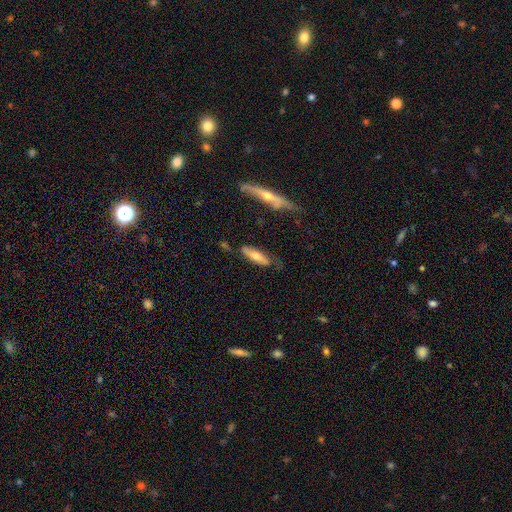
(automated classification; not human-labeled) A smooth galaxy with no disk features (51%) that is cigar-shaped (59%).

Vote fractions:
- Smooth or featured? smooth: 51% / featured or disk: 43% / star or artifact: 6%
- How rounded? cigar-shaped: 59% / in between: 39% / round: 2%
- Merging? none: 66% / minor disturbance: 22% / major disturbance: 7% / merger: 4%